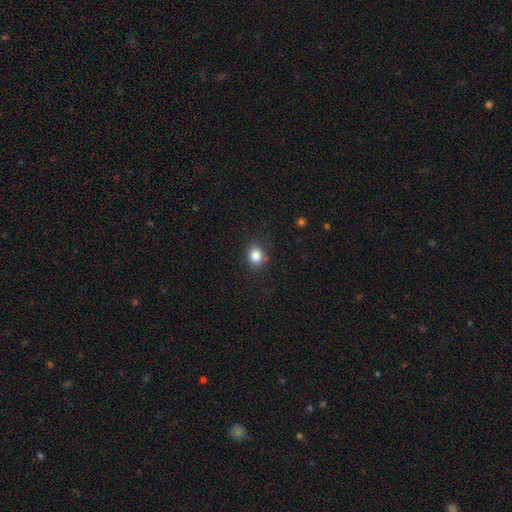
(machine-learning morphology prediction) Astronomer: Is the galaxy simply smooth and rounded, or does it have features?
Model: smooth — 84%.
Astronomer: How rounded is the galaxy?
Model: round — 67%.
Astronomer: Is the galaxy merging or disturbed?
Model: none — 81%.